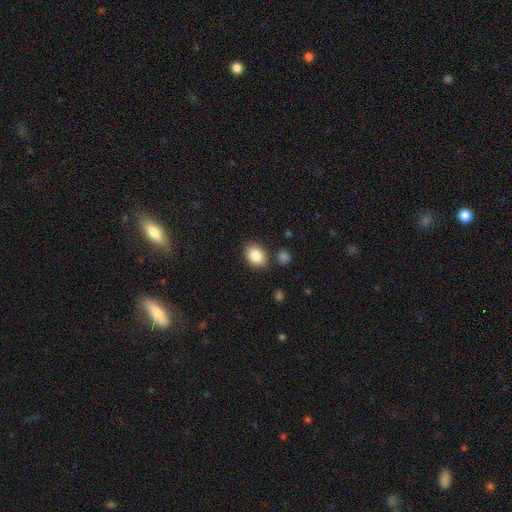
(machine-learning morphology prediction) Overall: smooth (86%). How rounded: in between (73%). Merging: none (83%).